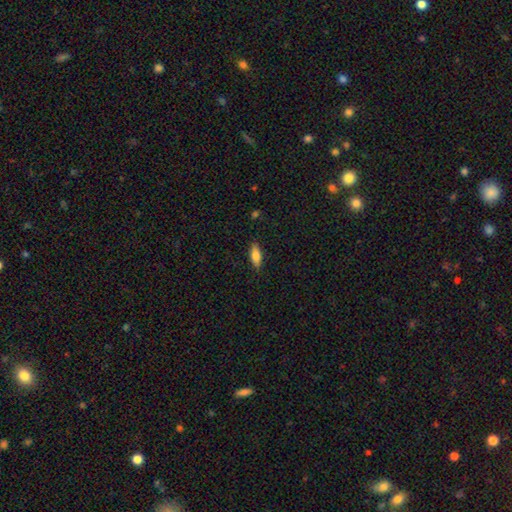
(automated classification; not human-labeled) Smooth or featured? smooth (71%)
How rounded? in between (68%)
Merging? none (86%)